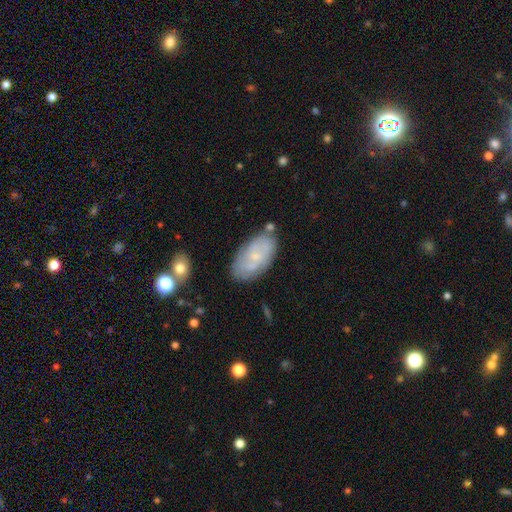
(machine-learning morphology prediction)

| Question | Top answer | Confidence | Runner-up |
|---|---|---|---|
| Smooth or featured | featured or disk | 52% | smooth (41%) |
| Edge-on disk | no | 94% | yes (6%) |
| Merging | none | 71% | minor disturbance (19%) |